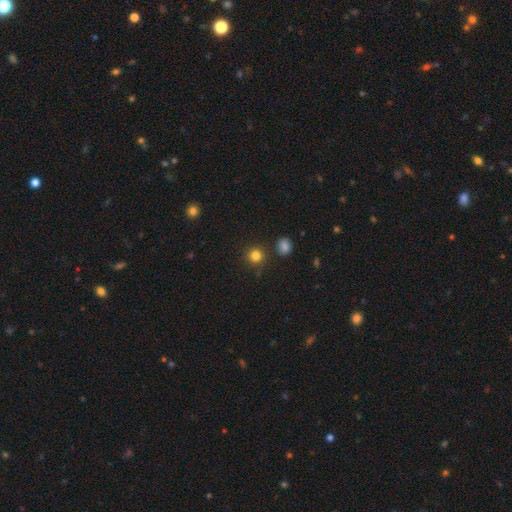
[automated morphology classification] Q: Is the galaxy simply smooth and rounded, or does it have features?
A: smooth — 82%.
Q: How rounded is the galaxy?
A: round — 92%.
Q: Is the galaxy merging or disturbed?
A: none — 86%.